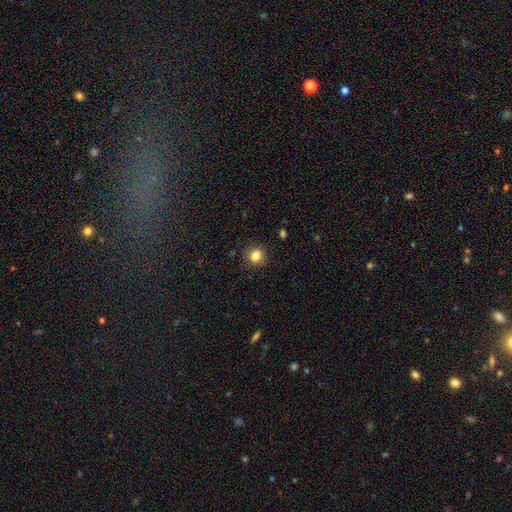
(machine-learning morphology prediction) Smooth or featured? smooth (84%)
How rounded? round (74%)
Merging? none (88%)